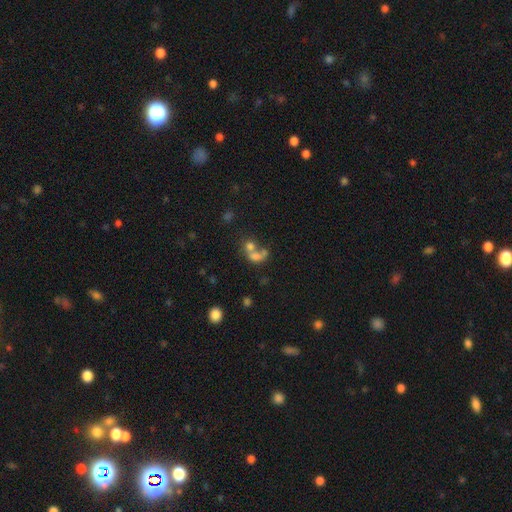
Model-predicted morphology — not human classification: Smooth or featured? smooth (62%)
How rounded? in between (50%)
Merging? merger (64%)